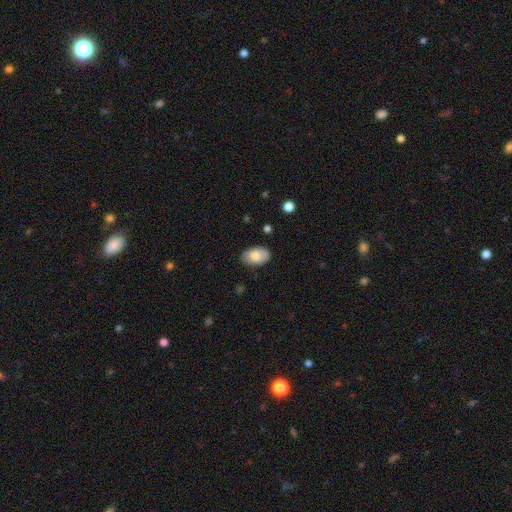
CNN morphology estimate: smooth_or_featured: smooth (p=0.76) [alt: featured or disk p=0.17]
how_rounded: in between (p=0.92) [alt: round p=0.07]
merging: none (p=0.84) [alt: minor disturbance p=0.12]